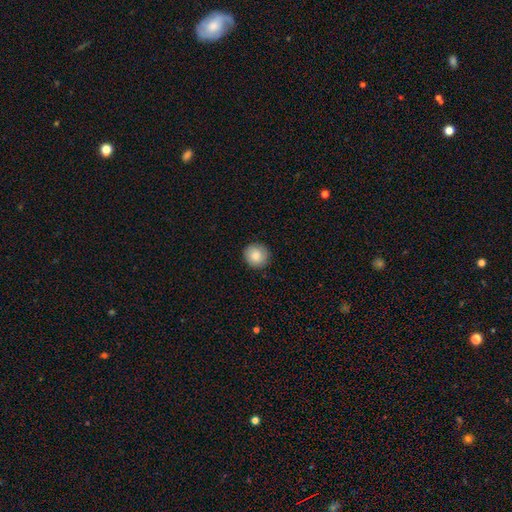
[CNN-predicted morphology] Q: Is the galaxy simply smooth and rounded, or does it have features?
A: smooth — 84%.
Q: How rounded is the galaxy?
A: round — 91%.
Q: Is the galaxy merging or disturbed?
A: none — 89%.